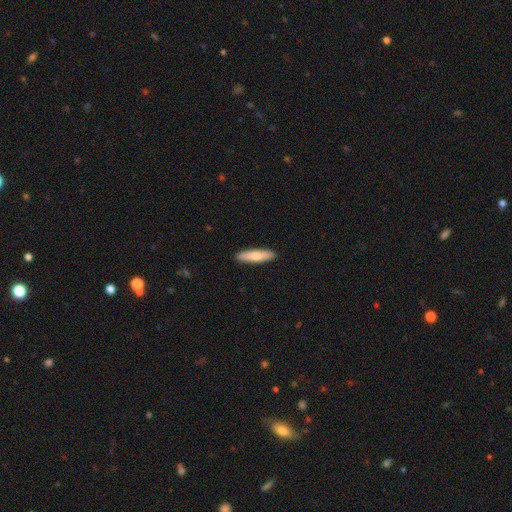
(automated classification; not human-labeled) Q: Smooth or featured?
A: smooth (75%); runner-up: featured or disk (19%)
Q: How rounded?
A: cigar-shaped (72%); runner-up: in between (26%)
Q: Merging?
A: none (91%); runner-up: minor disturbance (7%)